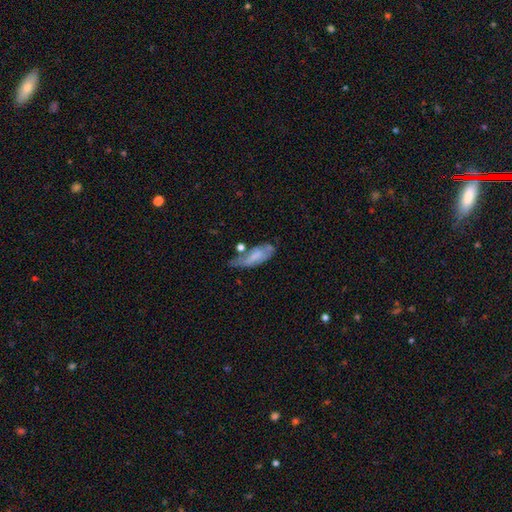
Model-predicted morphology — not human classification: Q: Smooth or featured?
A: smooth (57%); runner-up: featured or disk (35%)
Q: How rounded?
A: in between (70%); runner-up: cigar-shaped (28%)
Q: Merging?
A: minor disturbance (31%); runner-up: none (30%)